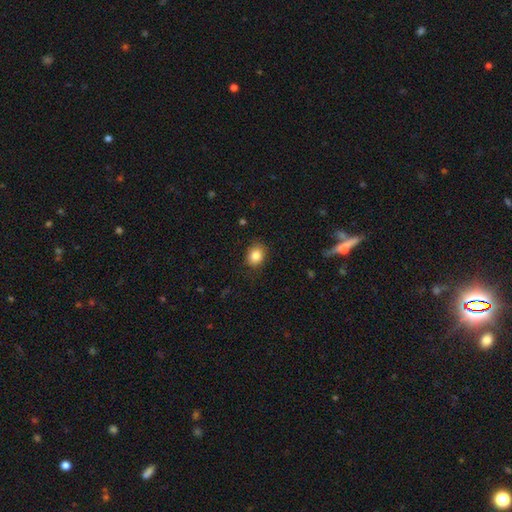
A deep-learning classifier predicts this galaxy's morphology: A smooth galaxy with no disk features (86%) that is in between round and cigar-shaped (54%). Merging: none (81%).